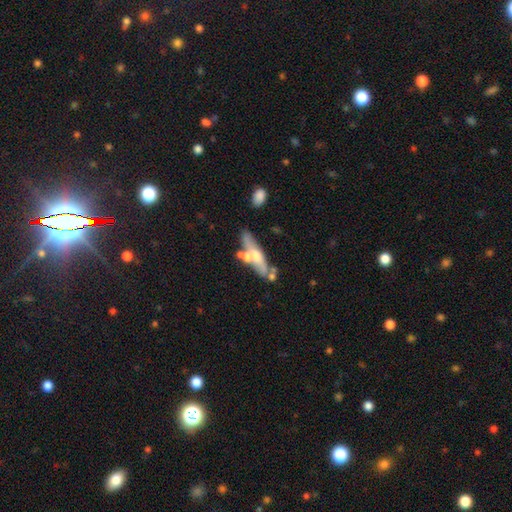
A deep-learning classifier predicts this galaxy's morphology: This appears to be a featured or disk galaxy (52%) viewed edge-on (63%). Merging: none (51%).